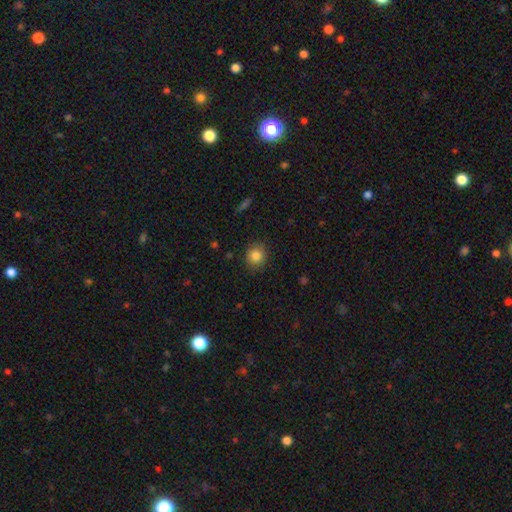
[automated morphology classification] This is clearly a smooth galaxy (84%). How rounded: clearly round (82%). Merging: clearly none (88%).